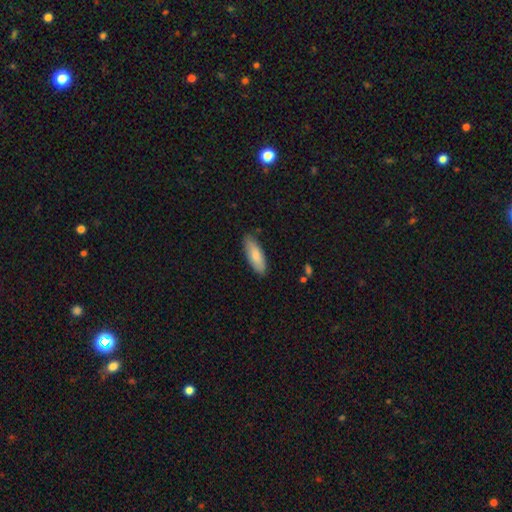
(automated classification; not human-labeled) A smooth galaxy with no disk features (79%) that is in between round and cigar-shaped (66%).

Vote fractions:
- Smooth or featured? smooth: 79% / featured or disk: 15% / star or artifact: 5%
- How rounded? in between: 66% / cigar-shaped: 32% / round: 2%
- Merging? none: 84% / minor disturbance: 13% / major disturbance: 2% / merger: 1%